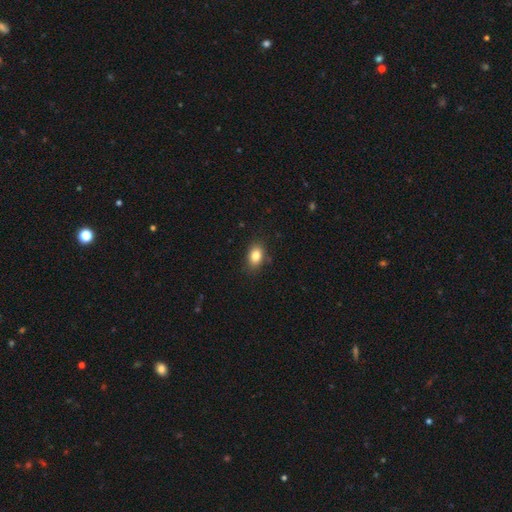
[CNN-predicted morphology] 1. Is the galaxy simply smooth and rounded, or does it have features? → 84% smooth, 9% star or artifact, 7% featured or disk.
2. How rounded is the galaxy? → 81% in between, 18% round, 2% cigar-shaped.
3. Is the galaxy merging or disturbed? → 83% none, 13% minor disturbance, 3% major disturbance, 2% merger.